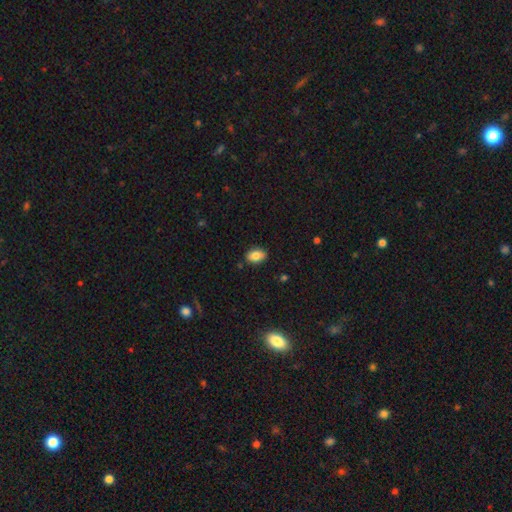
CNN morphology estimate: The model was most divided on "merging": none: 85%, minor disturbance: 12%, major disturbance: 2%, merger: 2%. More confident: how rounded — in between (87%); smooth or featured — smooth (84%).